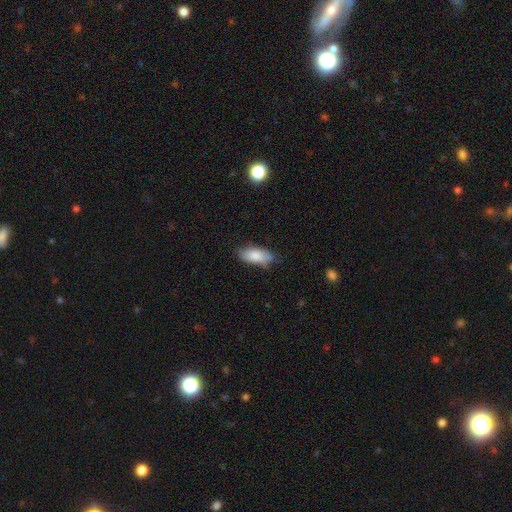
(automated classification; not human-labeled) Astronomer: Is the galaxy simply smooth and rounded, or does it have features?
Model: smooth — 85%.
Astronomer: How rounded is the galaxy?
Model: in between — 86%.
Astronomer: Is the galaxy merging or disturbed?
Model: none — 72%.